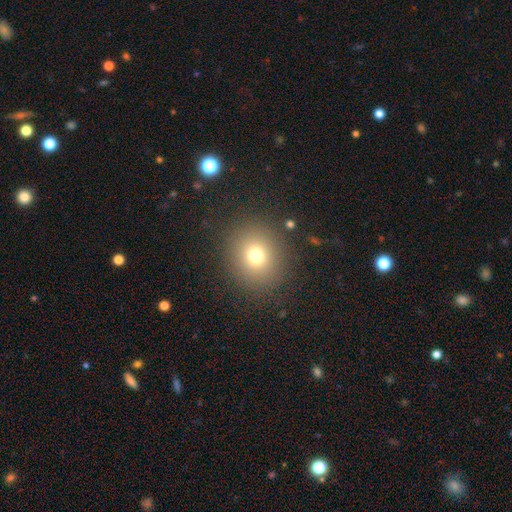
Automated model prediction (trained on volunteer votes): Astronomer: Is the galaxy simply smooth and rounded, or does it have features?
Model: smooth — 73%.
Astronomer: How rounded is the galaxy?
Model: round — 83%.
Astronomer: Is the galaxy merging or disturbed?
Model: none — 87%.